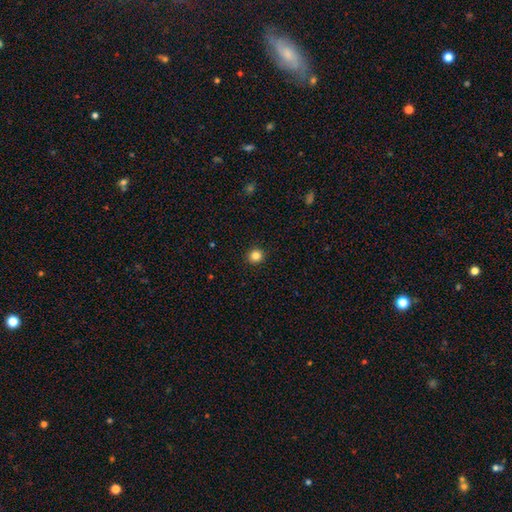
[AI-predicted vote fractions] This is clearly a smooth galaxy (85%). How rounded: clearly round (92%). Merging: clearly none (93%).